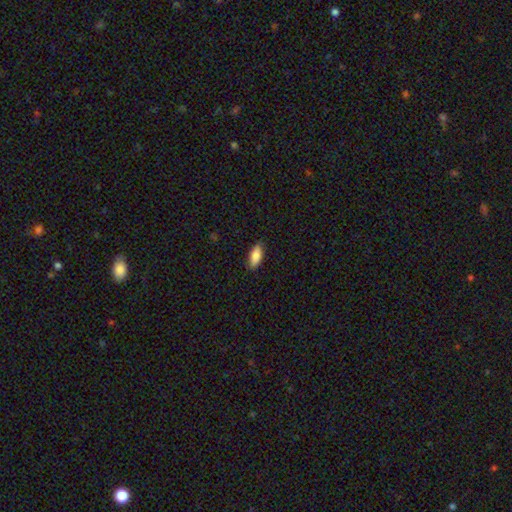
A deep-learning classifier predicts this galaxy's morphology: The model was most divided on "how rounded": in between: 80%, cigar-shaped: 18%, round: 2%. More confident: merging — none (87%); smooth or featured — smooth (85%).